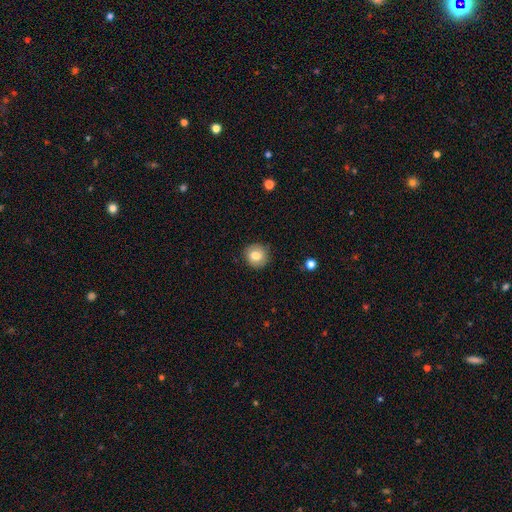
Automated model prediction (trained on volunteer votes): The model was most divided on "smooth or featured": smooth: 80%, featured or disk: 11%, star or artifact: 9%. More confident: how rounded — round (88%); merging — none (87%).